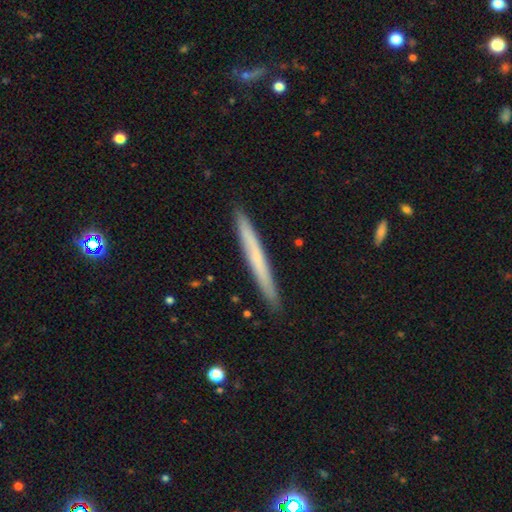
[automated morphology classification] Smooth or featured? Predicted: smooth (p=0.58). How rounded? Predicted: cigar-shaped (p=0.97). Merging? Predicted: none (p=0.92).